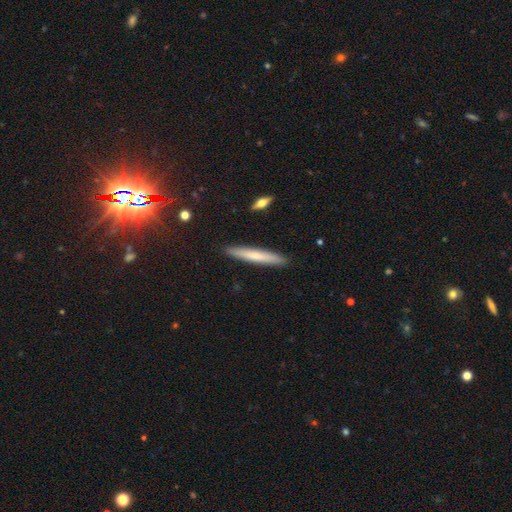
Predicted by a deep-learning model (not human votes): Overall: smooth (62%; featured or disk 32%). How rounded: cigar-shaped (95%). Merging: none (91%).